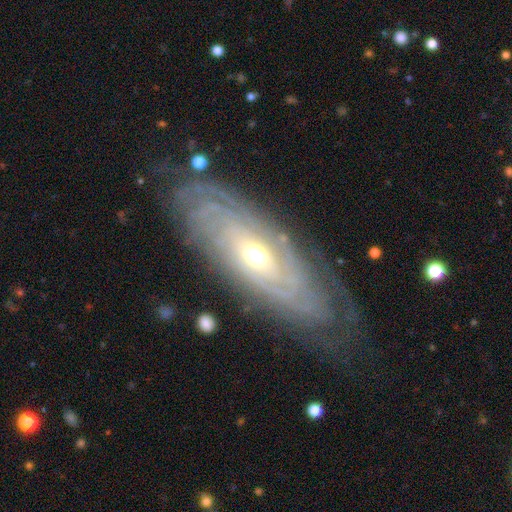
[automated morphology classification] smooth-or-featured: featured or disk: 85% | smooth: 10% | star or artifact: 6%
  disk-edge-on: no: 85% | yes: 15%
    bar: no: 75% | weak: 18% | strong: 7%
    has-spiral-arms: yes: 92% | no: 8%
      spiral-winding: tight: 82% | medium: 14% | loose: 4%
      spiral-arm-count: can't tell: 52% | more than 4: 14% | 4: 11% | 2: 10% | 3: 9% | 1: 5%
    bulge-size: moderate: 60% | small: 34% | large: 4% | dominant: 1% | none: 1%
  merging: none: 77% | minor disturbance: 16% | major disturbance: 6% | merger: 1%